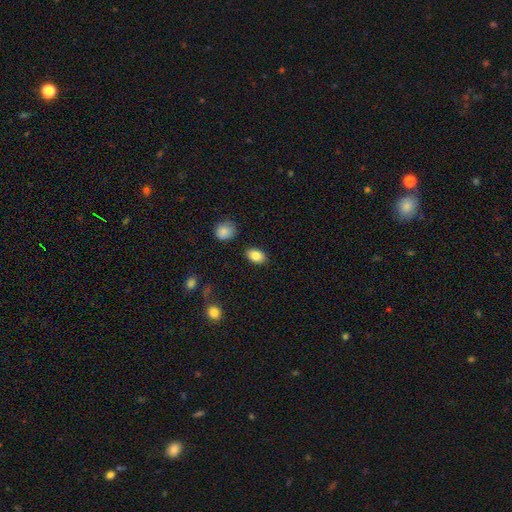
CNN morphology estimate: type=smooth (84%); roundness=in between (86%); merging=none (87%).